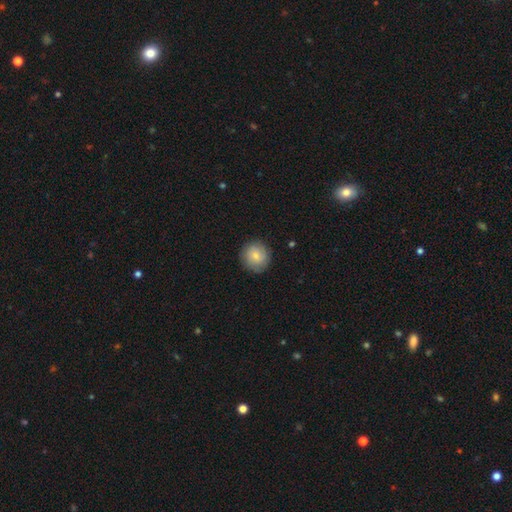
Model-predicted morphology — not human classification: smooth 75%, featured or disk 18%, star or artifact 7%. Down the decision tree: how rounded — round (92%); merging — none (85%).